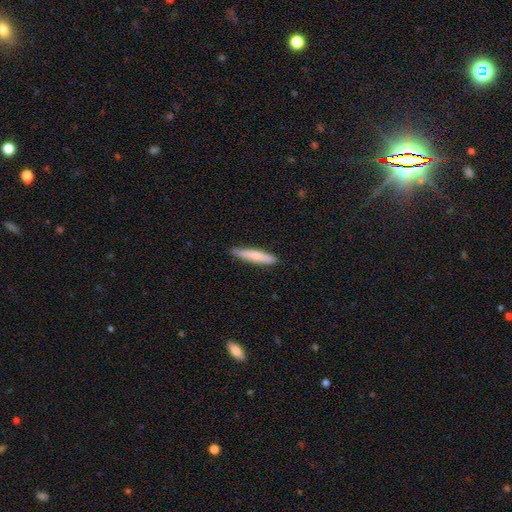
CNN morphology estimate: A smooth galaxy with no disk features (76%) that is cigar-shaped (89%). Merging: none (86%).